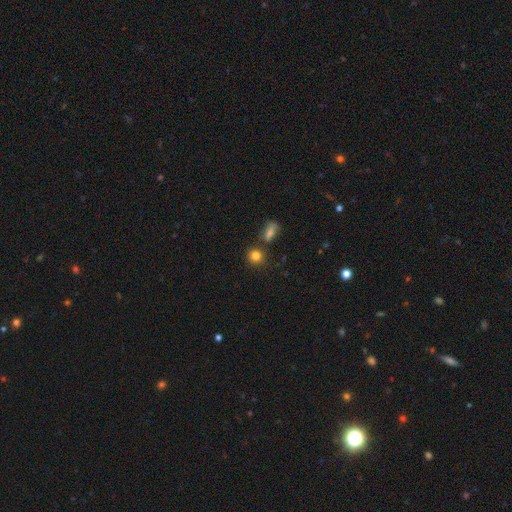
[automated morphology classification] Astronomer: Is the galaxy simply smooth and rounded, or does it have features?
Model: smooth — 82%.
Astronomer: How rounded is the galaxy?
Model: round — 85%.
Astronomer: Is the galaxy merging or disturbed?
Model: none — 72%.